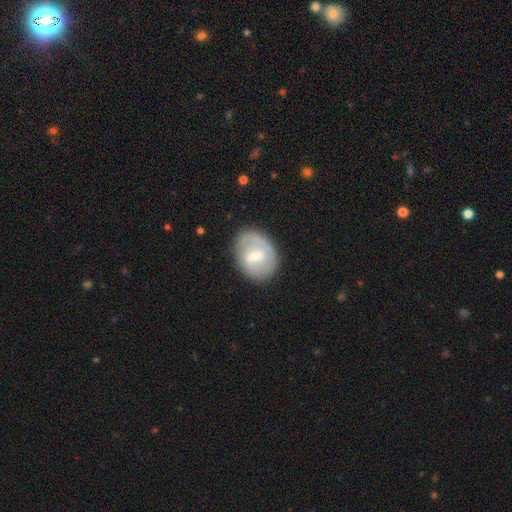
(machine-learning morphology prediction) Smooth or featured: featured or disk — 48% (smooth — 45%)
Merging: none — 73% (minor disturbance — 18%)